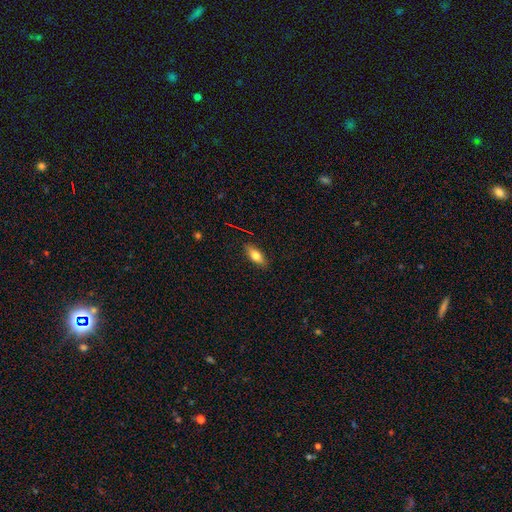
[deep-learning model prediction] Overall: smooth (71%). How rounded: in between (74%). Merging: none (86%).